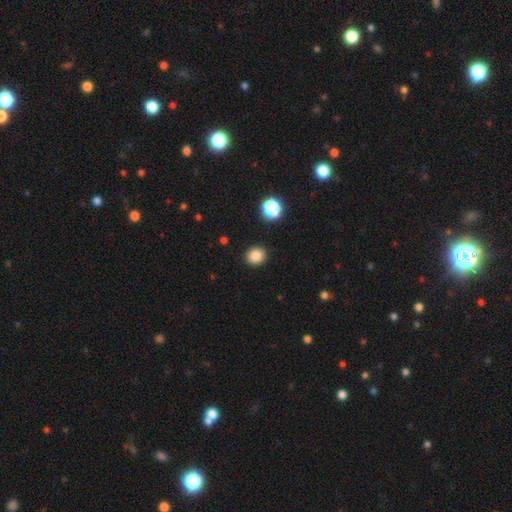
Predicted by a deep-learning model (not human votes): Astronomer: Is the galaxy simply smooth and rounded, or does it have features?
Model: smooth — 83%.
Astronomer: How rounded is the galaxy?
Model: round — 83%.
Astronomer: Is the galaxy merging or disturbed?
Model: none — 91%.